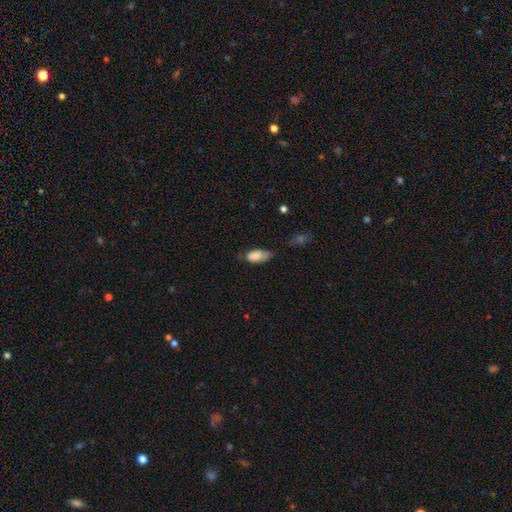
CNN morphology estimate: type=smooth (82%); roundness=in between (90%); merging=minor disturbance (43%).